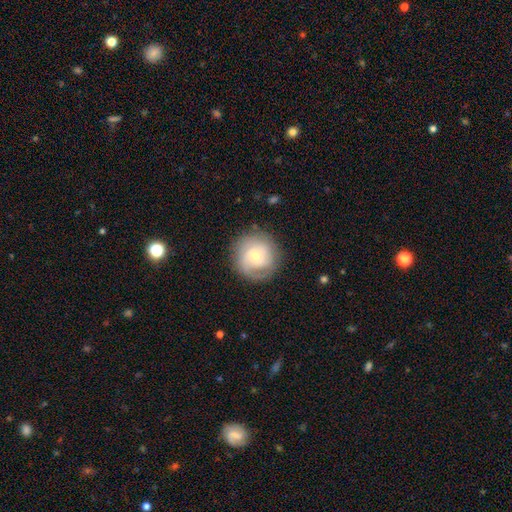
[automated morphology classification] A featured or disk galaxy (53%) with no bar (74%), spiral arms (79%) and a small central bulge (61%).

Vote fractions:
- Smooth or featured? featured or disk: 53% / smooth: 39% / star or artifact: 8%
- Edge-on disk? no: 97% / yes: 3%
- Bar? no: 74% / weak: 22% / strong: 4%
- Spiral arms? yes: 79% / no: 21%
- Bulge size? small: 61% / moderate: 33% / large: 3% / none: 1% / dominant: 1%
- Merging? none: 78% / minor disturbance: 14% / major disturbance: 7% / merger: 1%